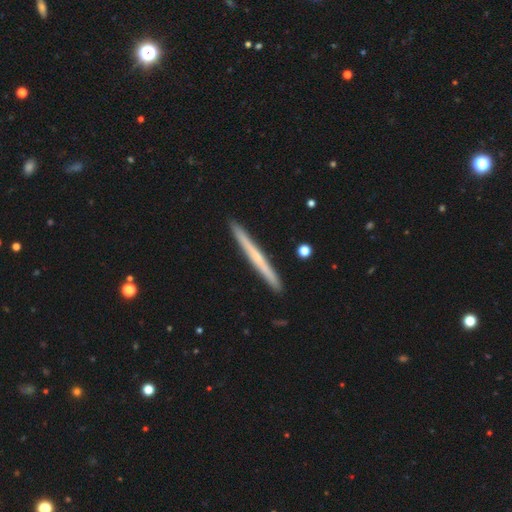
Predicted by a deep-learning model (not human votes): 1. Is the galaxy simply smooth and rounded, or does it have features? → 54% featured or disk, 40% smooth, 6% star or artifact.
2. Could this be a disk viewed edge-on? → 98% yes, 2% no.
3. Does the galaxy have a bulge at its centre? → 72% none, 24% rounded, 4% boxy.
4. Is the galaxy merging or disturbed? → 93% none, 5% minor disturbance, 1% merger, 1% major disturbance.